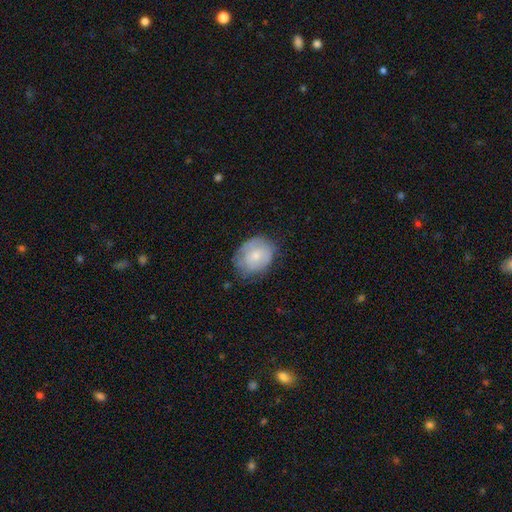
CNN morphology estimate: Smooth or featured: smooth — 61% (featured or disk — 32%)
How rounded: round — 56% (in between — 43%)
Merging: none — 62% (minor disturbance — 28%)